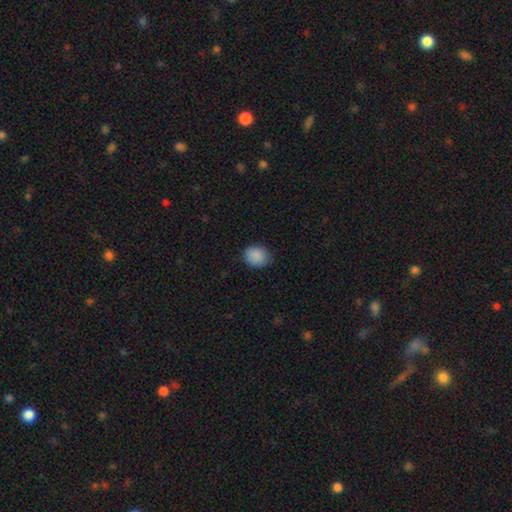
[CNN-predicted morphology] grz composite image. It shows a smooth galaxy with no disk features (89%) that is round (57%). Merging: none (83%).